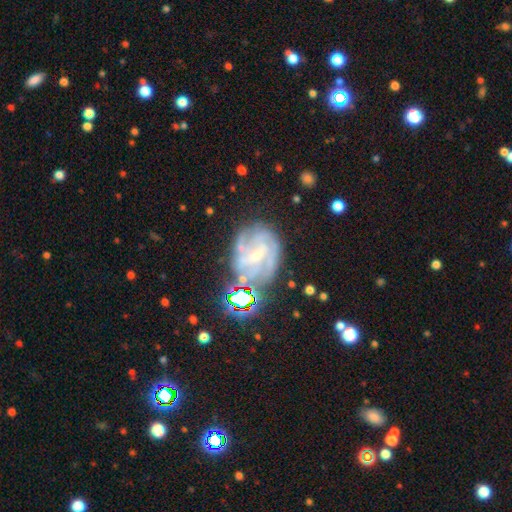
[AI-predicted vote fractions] Smooth or featured? Predicted: featured or disk (p=0.72). Edge-on disk? Predicted: no (p=0.97). Bar? Predicted: weak (p=0.48). Spiral arms? Predicted: yes (p=0.79). Spiral winding? Predicted: tight (p=0.44). Spiral arm count? Predicted: can't tell (p=0.43). Bulge size? Predicted: small (p=0.52). Merging? Predicted: none (p=0.54).